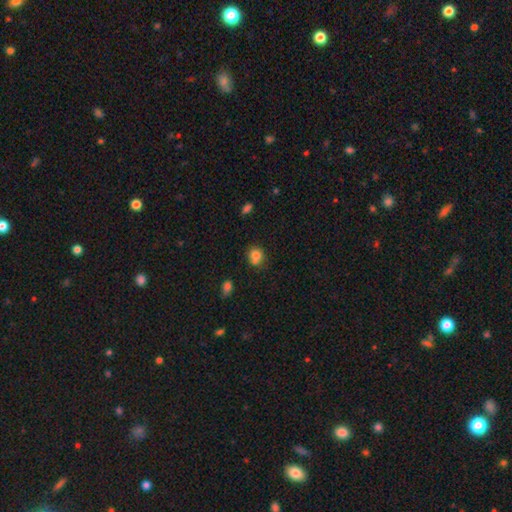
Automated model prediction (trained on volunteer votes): This appears to be a smooth galaxy with no disk features (80%) that is round (73%). Merging: none (57%).